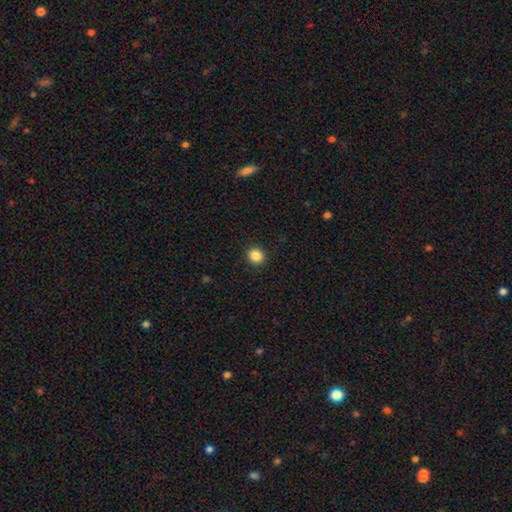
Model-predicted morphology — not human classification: smooth_or_featured: smooth (p=0.86) [alt: star or artifact p=0.10]
how_rounded: round (p=0.84) [alt: in between p=0.15]
merging: none (p=0.92) [alt: minor disturbance p=0.05]